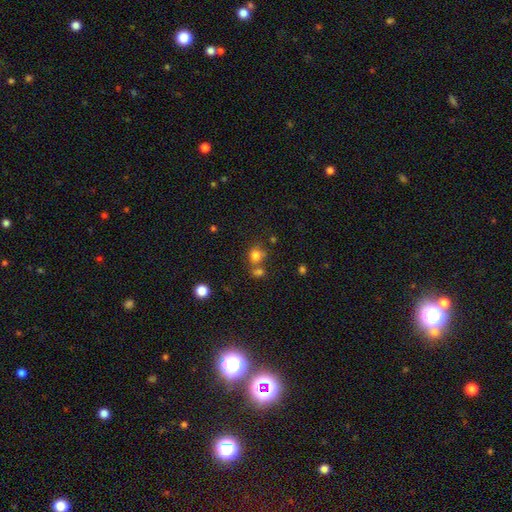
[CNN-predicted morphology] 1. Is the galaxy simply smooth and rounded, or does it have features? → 77% smooth, 15% star or artifact, 8% featured or disk.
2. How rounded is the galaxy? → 80% round, 19% in between, 1% cigar-shaped.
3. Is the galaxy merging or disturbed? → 54% none, 32% merger, 10% minor disturbance, 4% major disturbance.